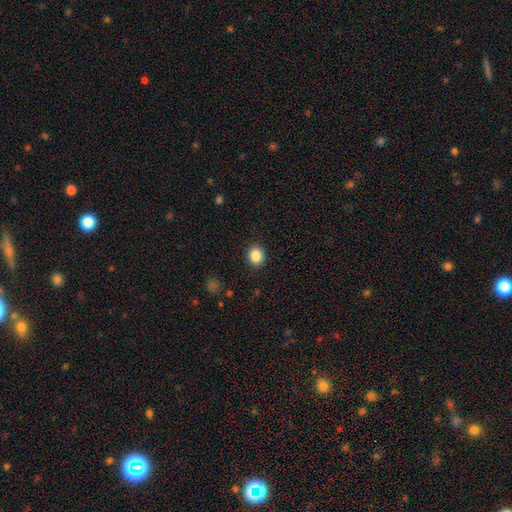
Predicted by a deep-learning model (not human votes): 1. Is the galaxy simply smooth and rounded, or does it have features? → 86% smooth, 9% star or artifact, 4% featured or disk.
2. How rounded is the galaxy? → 62% round, 38% in between, 1% cigar-shaped.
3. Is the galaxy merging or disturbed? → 90% none, 6% minor disturbance, 2% major disturbance, 1% merger.